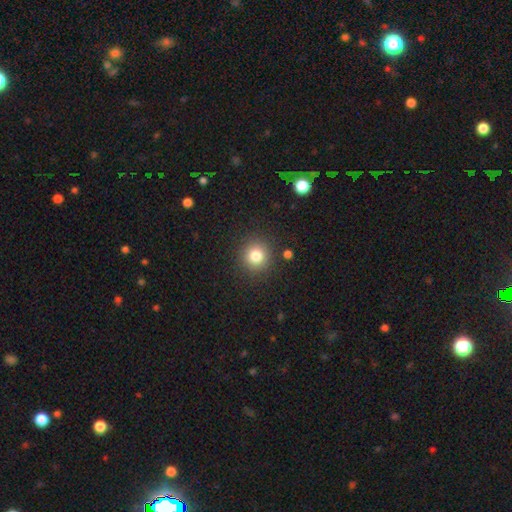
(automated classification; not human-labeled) smooth-or-featured: smooth: 81% | star or artifact: 13% | featured or disk: 6%
  how-rounded: round: 92% | in between: 7% | cigar-shaped: 1%
  merging: none: 89% | minor disturbance: 7% | major disturbance: 3% | merger: 2%